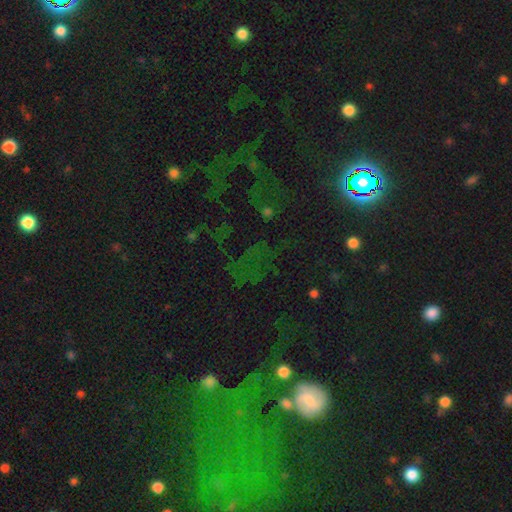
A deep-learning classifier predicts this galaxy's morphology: star or artifact 68%, smooth 18%, featured or disk 14%.